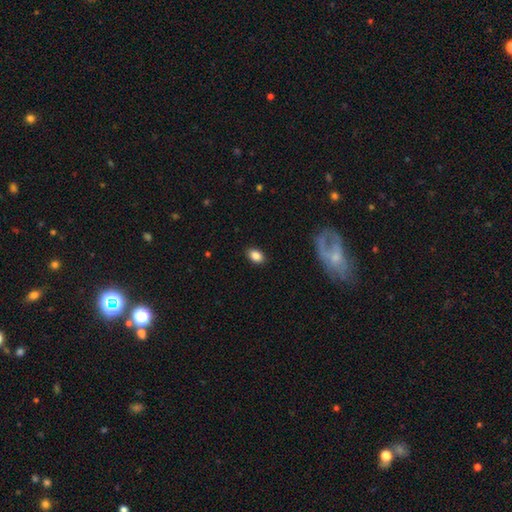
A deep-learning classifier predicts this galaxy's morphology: Q: Smooth or featured?
A: smooth (86%); runner-up: star or artifact (8%)
Q: How rounded?
A: in between (84%); runner-up: round (14%)
Q: Merging?
A: none (88%); runner-up: minor disturbance (9%)